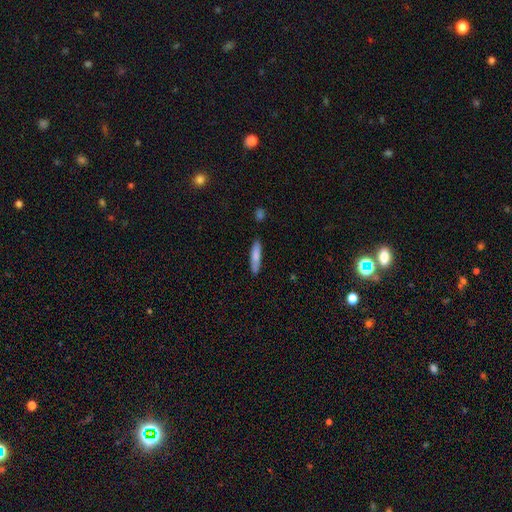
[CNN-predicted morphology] Smooth or featured? smooth (80%)
How rounded? cigar-shaped (81%)
Merging? none (85%)